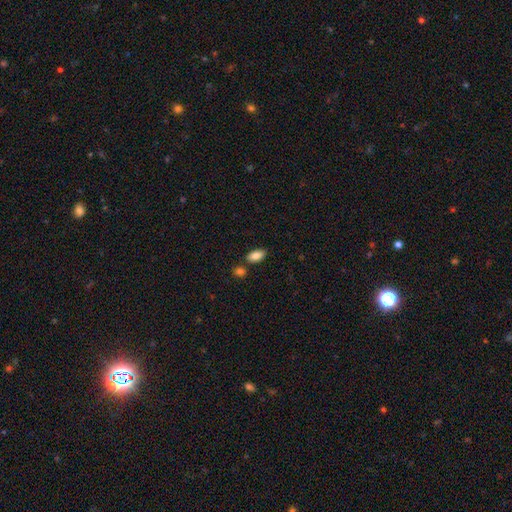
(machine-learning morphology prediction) This is clearly a smooth galaxy (85%). How rounded: clearly in between (92%). Merging: likely none (77%).